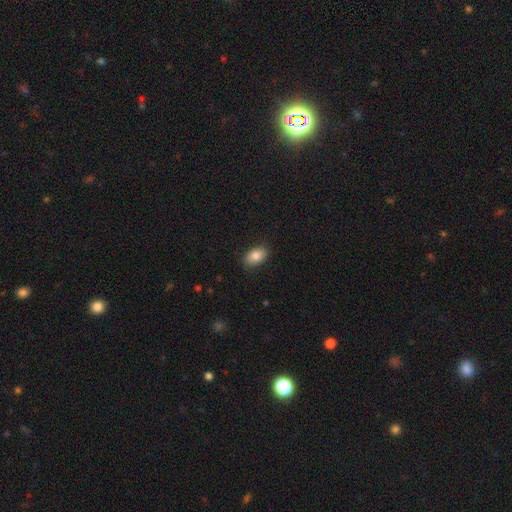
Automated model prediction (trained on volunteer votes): Overall: smooth (84%). How rounded: in between (89%). Merging: none (86%).